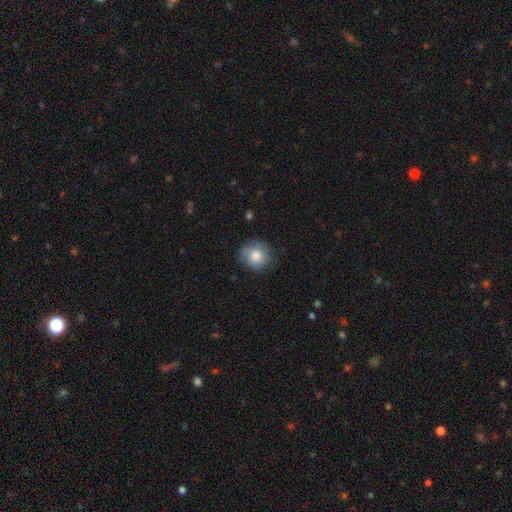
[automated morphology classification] smooth-or-featured: smooth: 78% | featured or disk: 14% | star or artifact: 8%
  how-rounded: round: 82% | in between: 17% | cigar-shaped: 1%
  merging: none: 77% | minor disturbance: 18% | major disturbance: 4% | merger: 1%